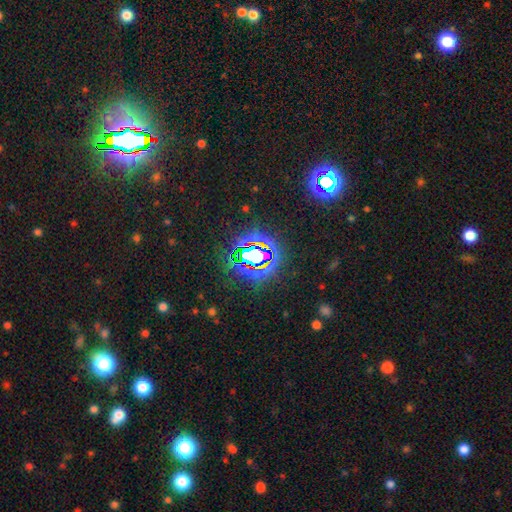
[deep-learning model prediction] Smooth or featured: star or artifact — 74% (smooth — 16%)